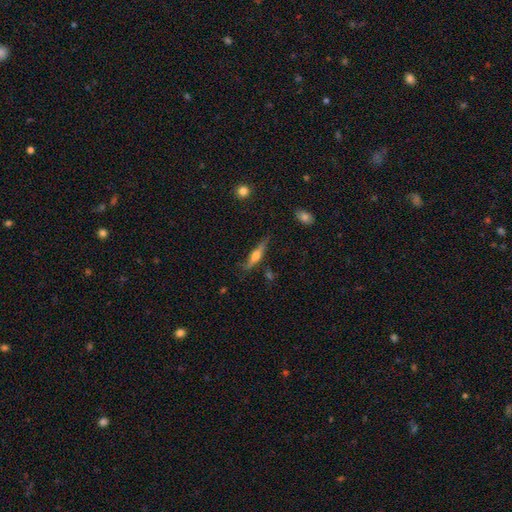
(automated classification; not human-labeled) Morphology: type=featured or disk (57%); edge-on=yes (95%); edge-on bulge=rounded (87%); merging=none (76%).